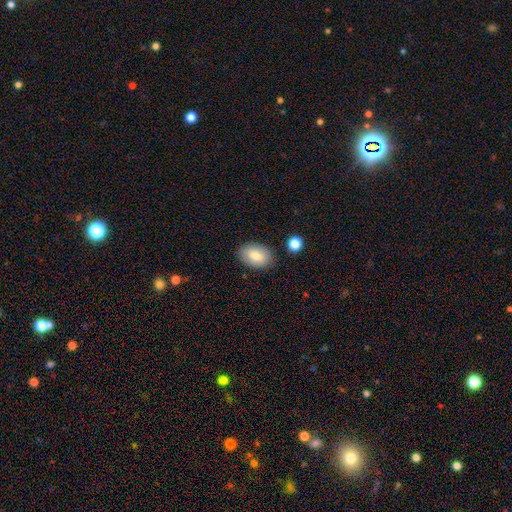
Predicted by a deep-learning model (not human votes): Smooth or featured: smooth — 81% (featured or disk — 12%)
How rounded: in between — 88% (round — 10%)
Merging: none — 83% (minor disturbance — 12%)